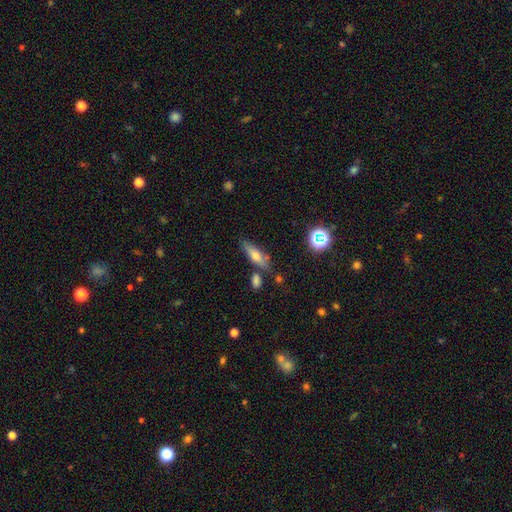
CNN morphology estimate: This is possibly a smooth galaxy (59%). How rounded: possibly cigar-shaped (49%). Merging: likely none (73%).